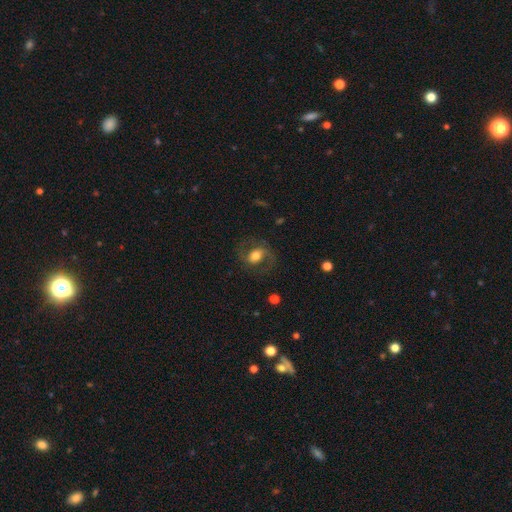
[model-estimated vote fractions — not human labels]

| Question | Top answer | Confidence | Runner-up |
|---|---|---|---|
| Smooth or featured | featured or disk | 55% | smooth (36%) |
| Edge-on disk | no | 96% | yes (4%) |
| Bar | no | 40% | weak (39%) |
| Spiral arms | yes | 77% | no (23%) |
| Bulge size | moderate | 55% | large (30%) |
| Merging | none | 71% | minor disturbance (15%) |